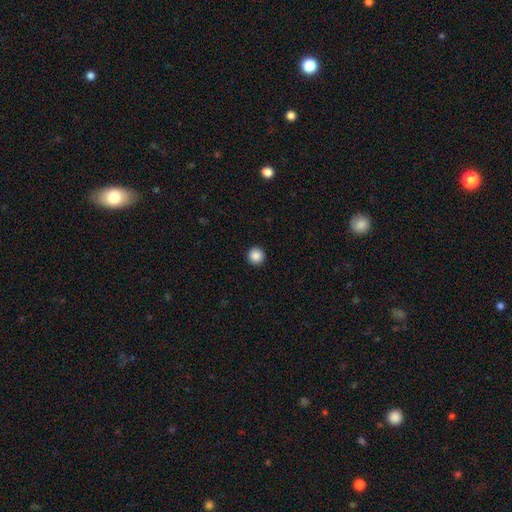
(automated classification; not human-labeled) A smooth galaxy with no disk features (88%) that is round (96%). Merging: none (94%).